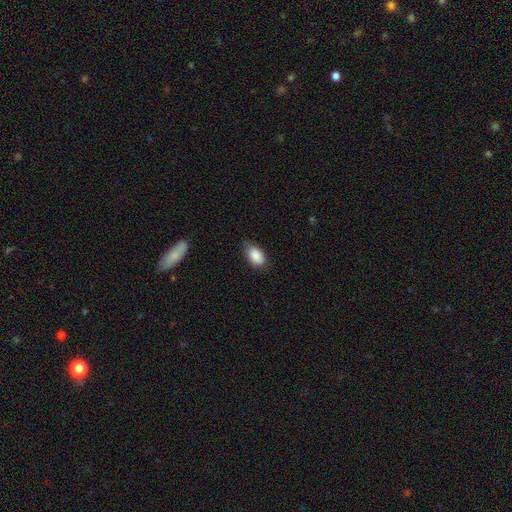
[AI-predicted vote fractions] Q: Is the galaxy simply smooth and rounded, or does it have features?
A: smooth — 88%.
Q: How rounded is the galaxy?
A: in between — 91%.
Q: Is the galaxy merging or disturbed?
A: none — 74%.